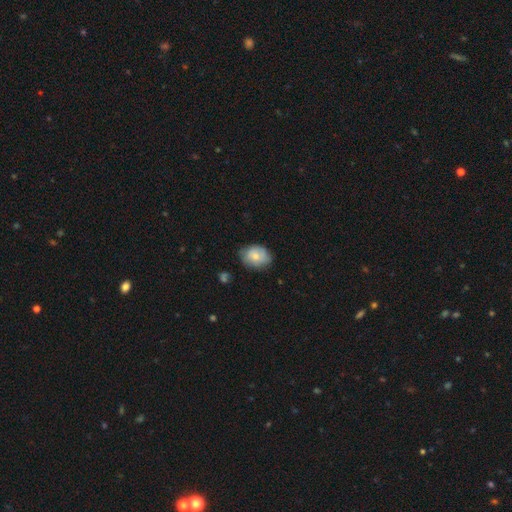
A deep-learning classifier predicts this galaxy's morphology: type=smooth (72%); roundness=in between (60%); merging=none (66%).